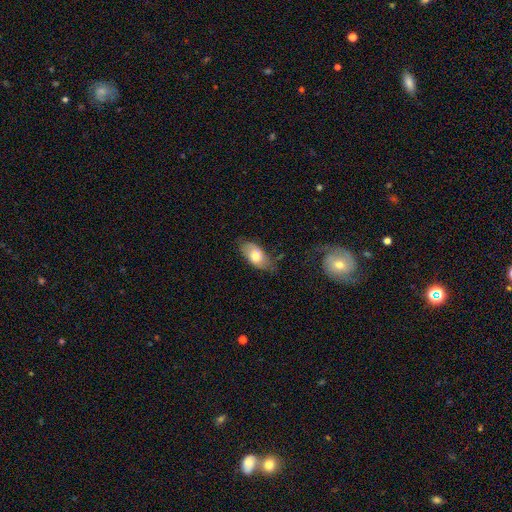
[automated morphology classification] Overall: smooth (69%). How rounded: in between (91%). Merging: none (64%; minor disturbance 26%).